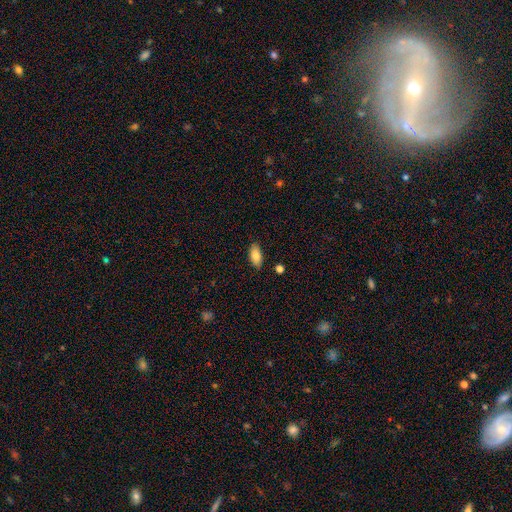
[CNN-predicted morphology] A smooth galaxy with no disk features (83%) that is in between round and cigar-shaped (91%). Merging: none (86%).